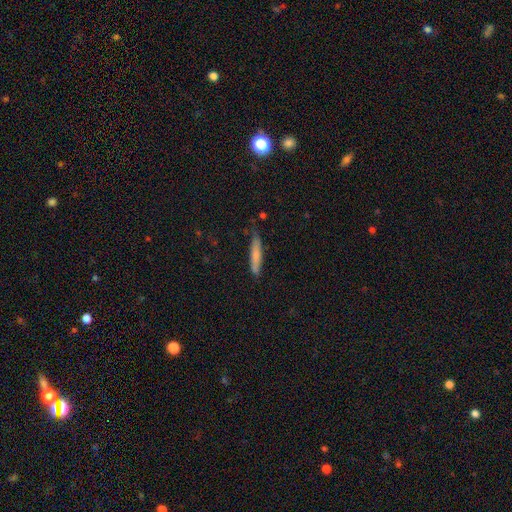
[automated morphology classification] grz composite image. It shows a smooth galaxy with no disk features (71%) that is cigar-shaped (90%). Merging: none (74%).